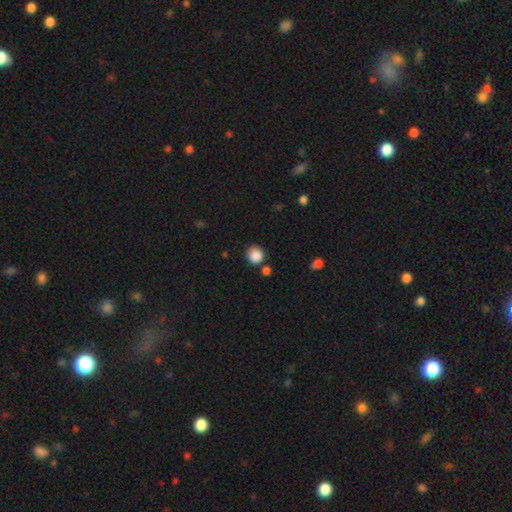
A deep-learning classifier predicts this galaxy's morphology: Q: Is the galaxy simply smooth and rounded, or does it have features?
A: smooth — 87%.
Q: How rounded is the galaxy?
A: round — 90%.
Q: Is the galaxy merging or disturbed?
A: none — 80%.